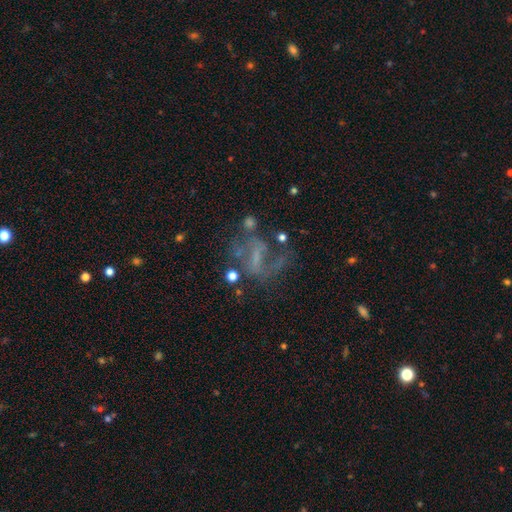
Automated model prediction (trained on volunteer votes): Smooth or featured?
  - featured or disk: 67% *
  - star or artifact: 20%
  - smooth: 13%
Edge-on disk?
  - no: 96% *
  - yes: 4%
Bar?
  - weak: 39% *
  - no: 31%
  - strong: 30%
Spiral arms?
  - yes: 67% *
  - no: 33%
Bulge size?
  - none: 53% *
  - small: 32%
  - moderate: 11%
  - large: 2%
  - dominant: 1%
Merging?
  - none: 43% *
  - major disturbance: 31%
  - minor disturbance: 17%
  - merger: 9%